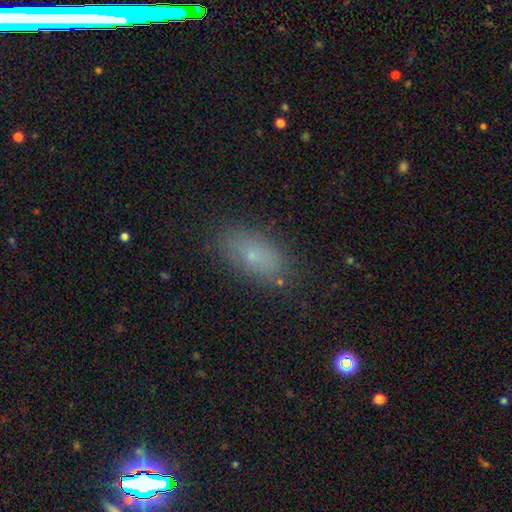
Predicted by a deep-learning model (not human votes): smooth_or_featured: smooth (p=0.71) [alt: featured or disk p=0.16]
how_rounded: in between (p=0.87) [alt: cigar-shaped p=0.07]
merging: none (p=0.80) [alt: minor disturbance p=0.14]